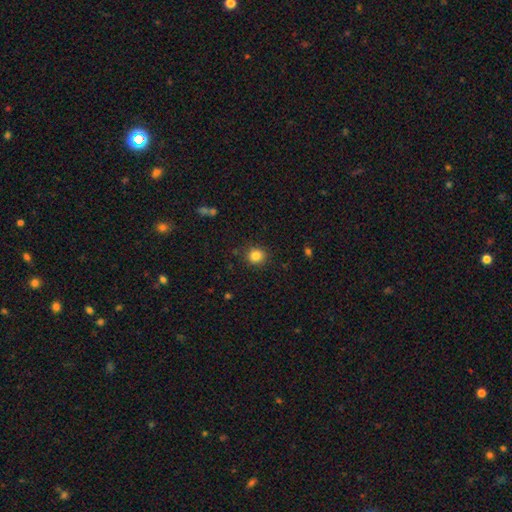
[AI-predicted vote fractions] smooth_or_featured: smooth (p=0.84) [alt: star or artifact p=0.11]
how_rounded: round (p=0.87) [alt: in between p=0.12]
merging: none (p=0.88) [alt: minor disturbance p=0.08]